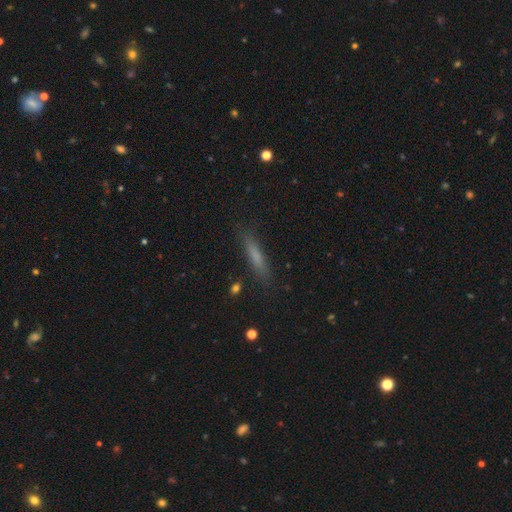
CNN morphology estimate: smooth_or_featured: smooth (p=0.68) [alt: featured or disk p=0.22]
how_rounded: cigar-shaped (p=0.88) [alt: in between p=0.10]
merging: none (p=0.86) [alt: minor disturbance p=0.10]